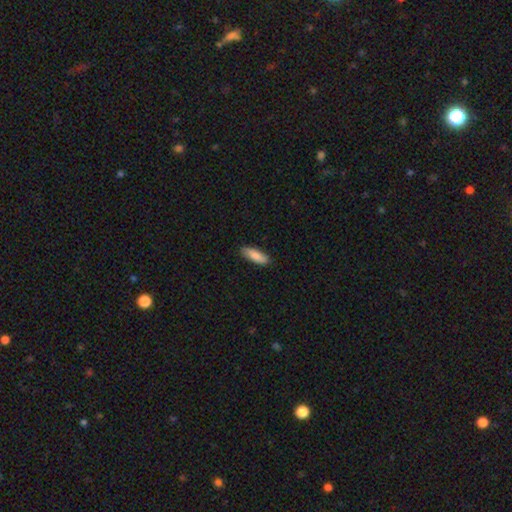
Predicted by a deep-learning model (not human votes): A smooth galaxy with no disk features (86%) that is in between round and cigar-shaped (52%). Merging: none (88%).